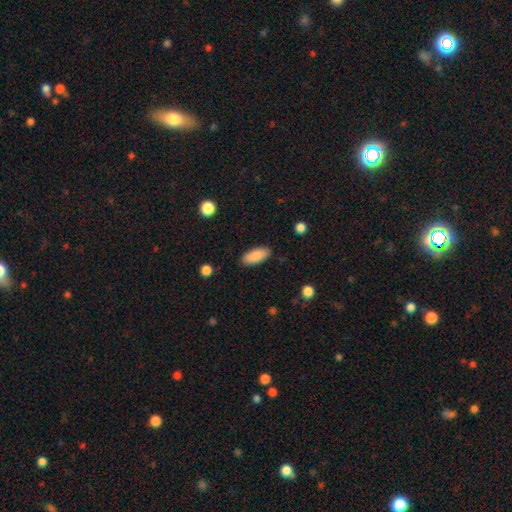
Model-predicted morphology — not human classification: The model was most divided on "how rounded": in between: 84%, cigar-shaped: 14%, round: 2%. More confident: merging — none (87%); smooth or featured — smooth (86%).